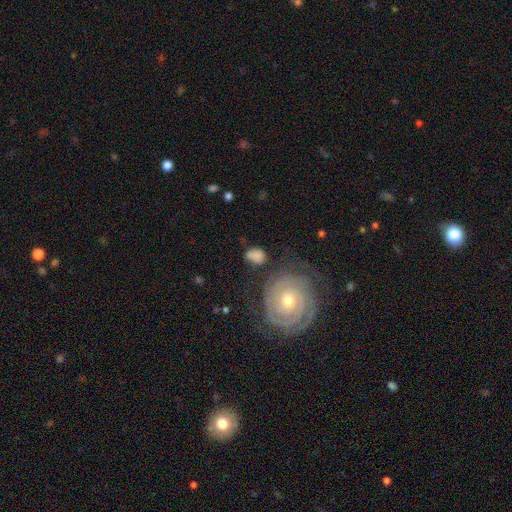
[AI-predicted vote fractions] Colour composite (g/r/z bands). It shows a smooth galaxy with no disk features (67%) that is in between round and cigar-shaped (59%). Merging: none (59%).